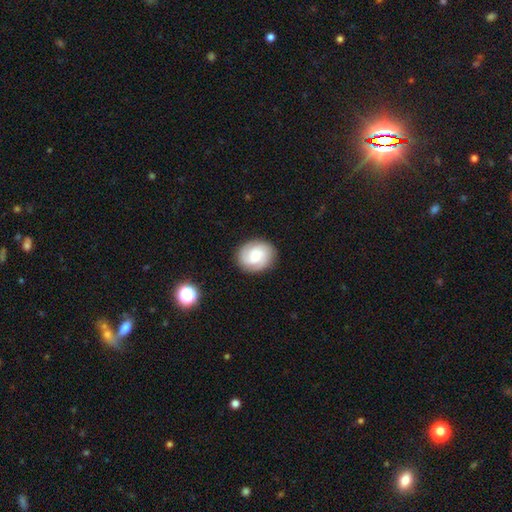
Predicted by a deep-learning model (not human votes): This appears to be a featured or disk galaxy (51%) with no bar (61%), spiral arms (92%) and a moderate central bulge (43%). Merging: none (86%).